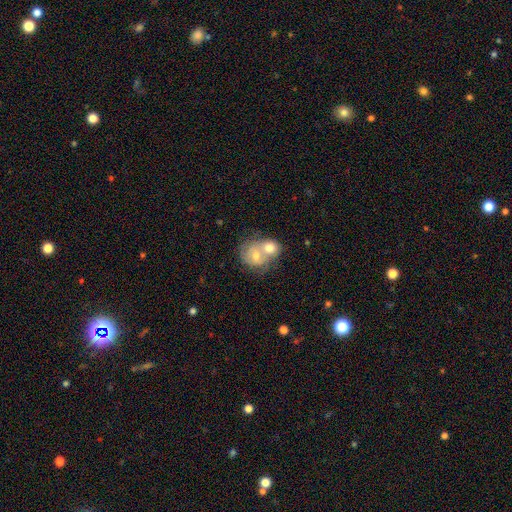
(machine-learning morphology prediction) This appears to be a smooth galaxy with no disk features (57%) that is round (64%). Merging: merger (75%).